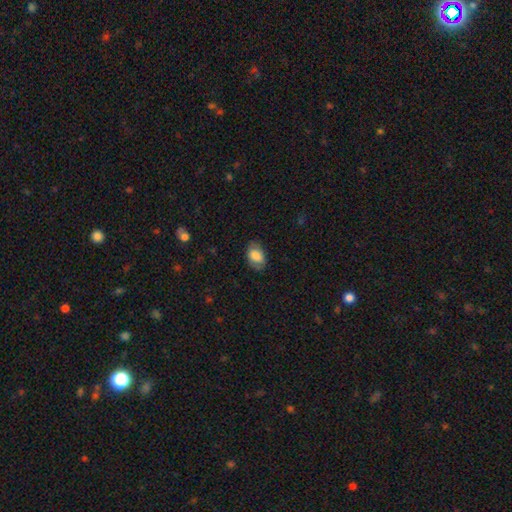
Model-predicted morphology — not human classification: type=smooth (79%); roundness=in between (88%); merging=none (78%).